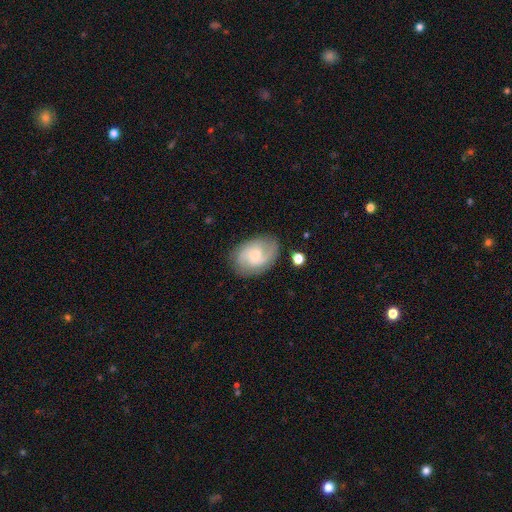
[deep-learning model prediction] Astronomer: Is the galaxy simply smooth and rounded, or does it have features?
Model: featured or disk — 68%.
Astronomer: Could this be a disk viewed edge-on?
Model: no — 97%.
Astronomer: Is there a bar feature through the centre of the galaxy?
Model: no — 51% (runner-up: weak, 43%).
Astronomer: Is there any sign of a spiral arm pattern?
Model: yes — 92%.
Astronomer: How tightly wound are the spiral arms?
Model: medium — 48% (runner-up: tight, 32%).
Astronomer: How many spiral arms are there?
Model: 2 — 65%.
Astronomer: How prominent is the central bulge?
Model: moderate — 47% (runner-up: small, 43%).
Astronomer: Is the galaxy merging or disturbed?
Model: none — 78%.